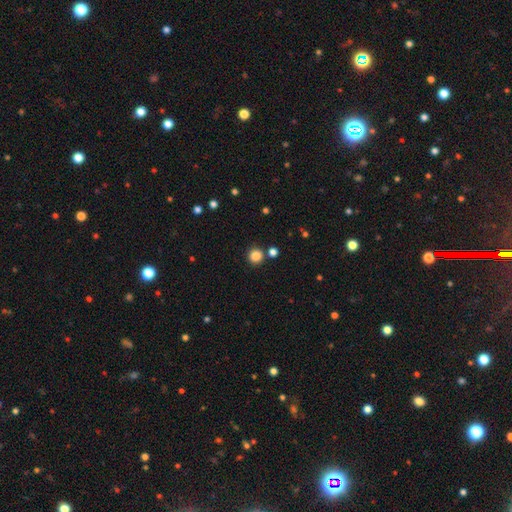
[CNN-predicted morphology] Smooth or featured?
  - smooth: 84% *
  - star or artifact: 12%
  - featured or disk: 4%
How rounded?
  - round: 95% *
  - in between: 4%
  - cigar-shaped: 1%
Merging?
  - none: 86% *
  - merger: 6%
  - minor disturbance: 6%
  - major disturbance: 2%